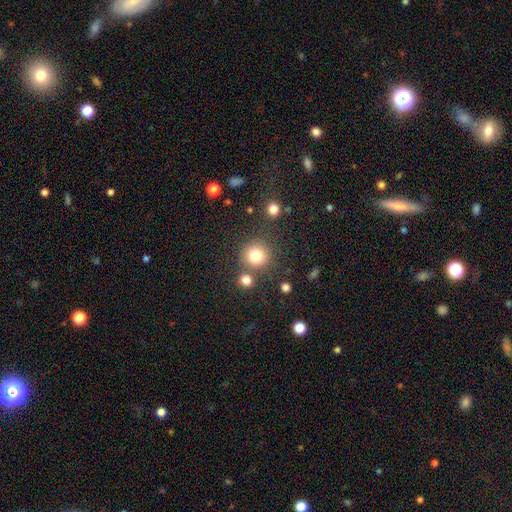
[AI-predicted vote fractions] Q: Smooth or featured?
A: smooth (80%); runner-up: star or artifact (13%)
Q: How rounded?
A: round (92%); runner-up: in between (7%)
Q: Merging?
A: none (76%); runner-up: merger (12%)